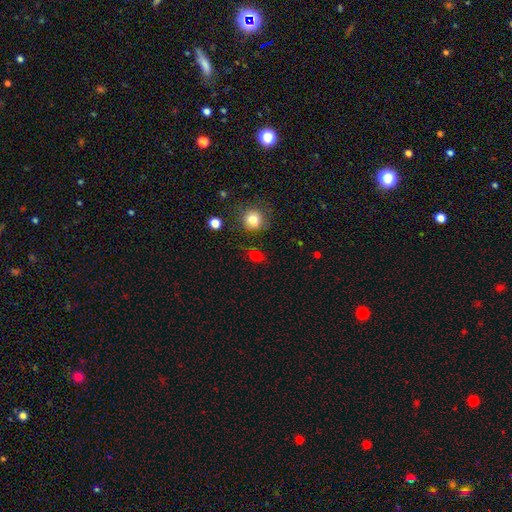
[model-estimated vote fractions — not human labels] smooth 72%, star or artifact 19%, featured or disk 8%. Down the decision tree: how rounded — round (51%); merging — none (69%).